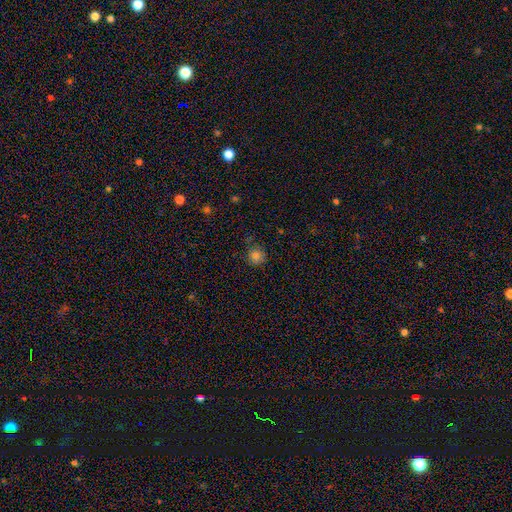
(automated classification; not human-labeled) Smooth or featured: smooth — 80% (star or artifact — 14%)
How rounded: round — 90% (in between — 9%)
Merging: none — 78% (minor disturbance — 16%)